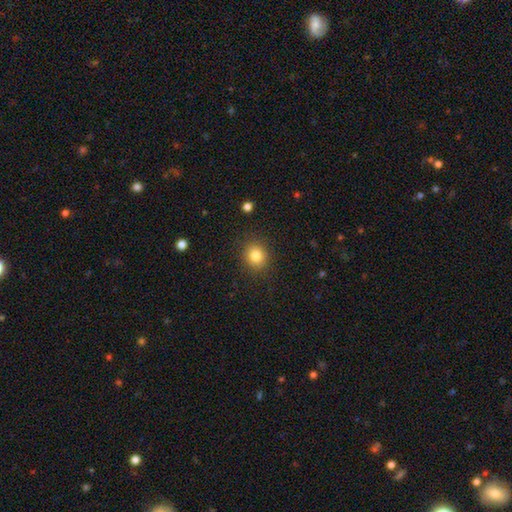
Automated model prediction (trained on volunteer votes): smooth_or_featured: smooth (p=0.83) [alt: star or artifact p=0.11]
how_rounded: round (p=0.80) [alt: in between p=0.19]
merging: none (p=0.88) [alt: minor disturbance p=0.08]